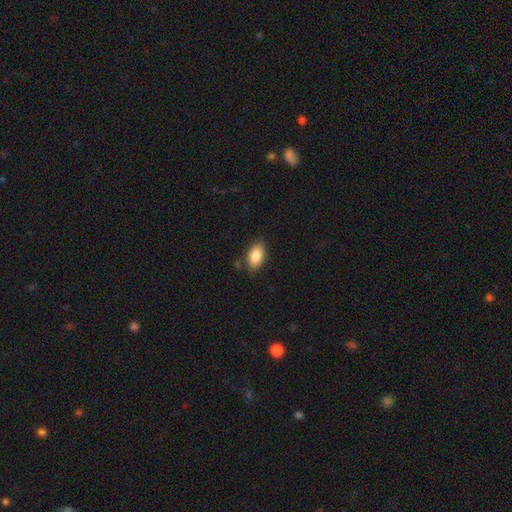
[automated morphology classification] This appears to be a smooth galaxy with no disk features (86%) that is in between round and cigar-shaped (92%). Merging: none (80%).